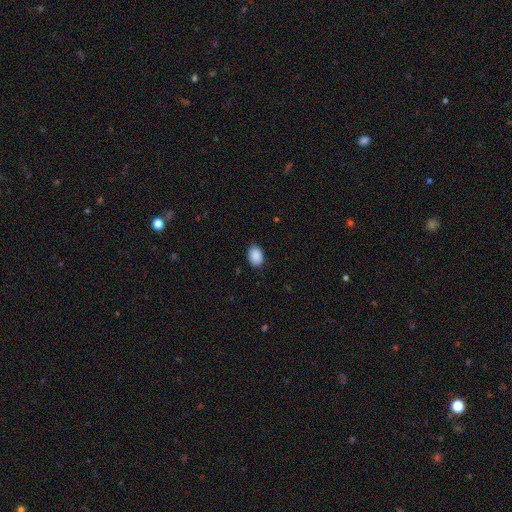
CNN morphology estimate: Smooth or featured: smooth — 90% (star or artifact — 7%)
How rounded: in between — 77% (round — 22%)
Merging: none — 86% (minor disturbance — 11%)